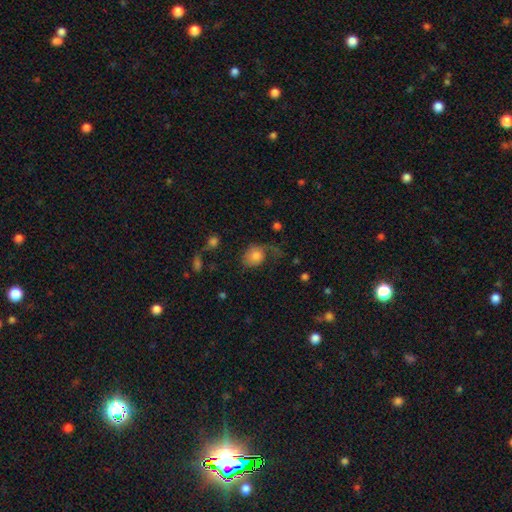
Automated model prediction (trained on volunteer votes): Smooth or featured?
  - smooth: 71% *
  - featured or disk: 21%
  - star or artifact: 8%
How rounded?
  - round: 56% *
  - in between: 43%
  - cigar-shaped: 1%
Merging?
  - major disturbance: 37% *
  - none: 35%
  - minor disturbance: 25%
  - merger: 3%